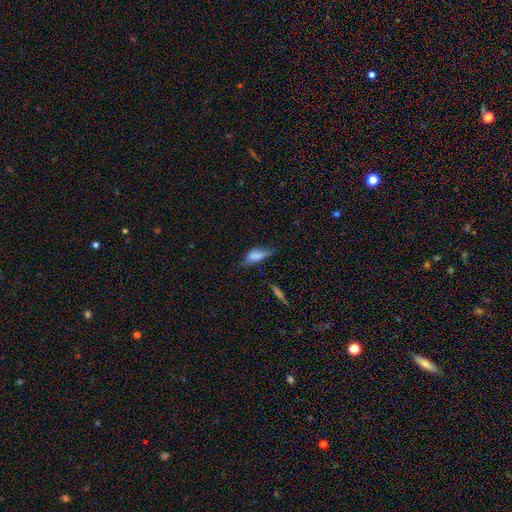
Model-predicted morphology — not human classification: Smooth or featured? Predicted: smooth (p=0.73). How rounded? Predicted: in between (p=0.78). Merging? Predicted: none (p=0.45).